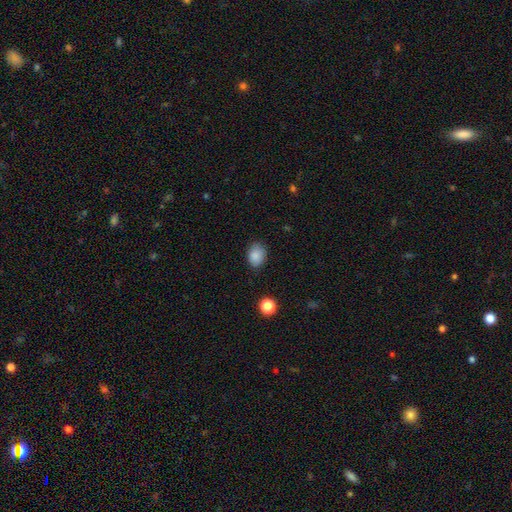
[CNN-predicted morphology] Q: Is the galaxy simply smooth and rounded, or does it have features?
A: smooth — 86%.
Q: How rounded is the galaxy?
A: in between — 70%.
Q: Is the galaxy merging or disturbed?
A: none — 80%.